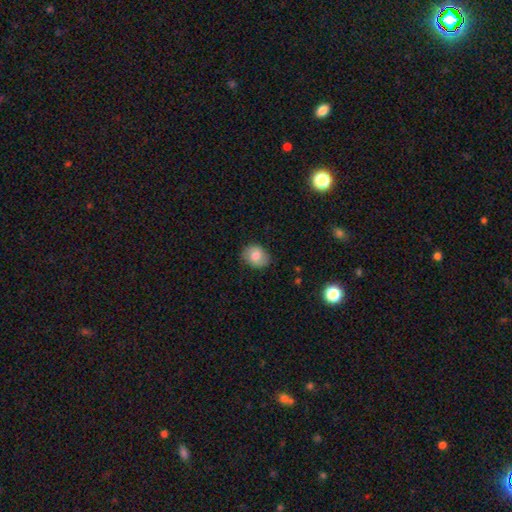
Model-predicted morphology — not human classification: Smooth or featured? smooth (73%)
How rounded? round (50%)
Merging? none (80%)